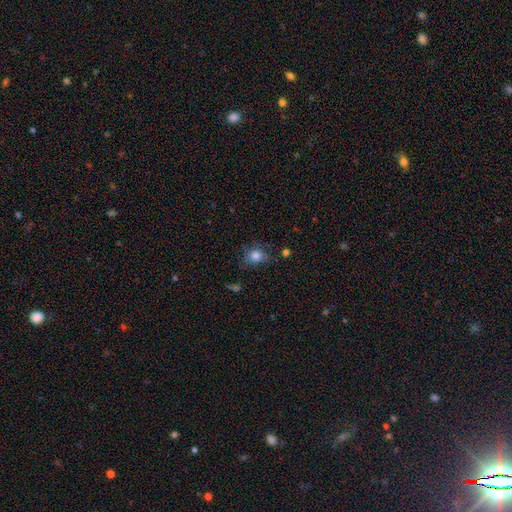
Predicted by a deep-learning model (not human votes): This appears to be a smooth galaxy with no disk features (77%) that is round (61%). Merging: none (63%).